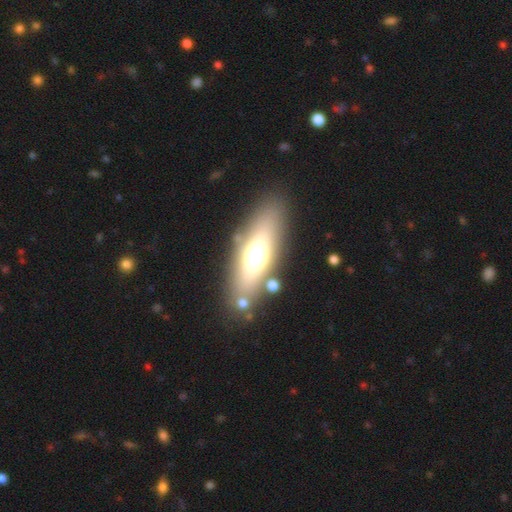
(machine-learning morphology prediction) A smooth galaxy with no disk features (53%) that is in between round and cigar-shaped (63%).

Vote fractions:
- Smooth or featured? smooth: 53% / featured or disk: 36% / star or artifact: 12%
- How rounded? in between: 63% / cigar-shaped: 32% / round: 6%
- Merging? none: 81% / minor disturbance: 9% / merger: 5% / major disturbance: 5%